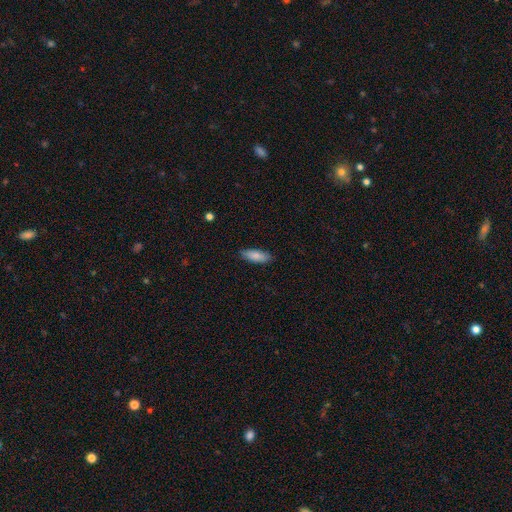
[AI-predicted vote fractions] Overall: smooth (82%). How rounded: in between (71%). Merging: none (84%).